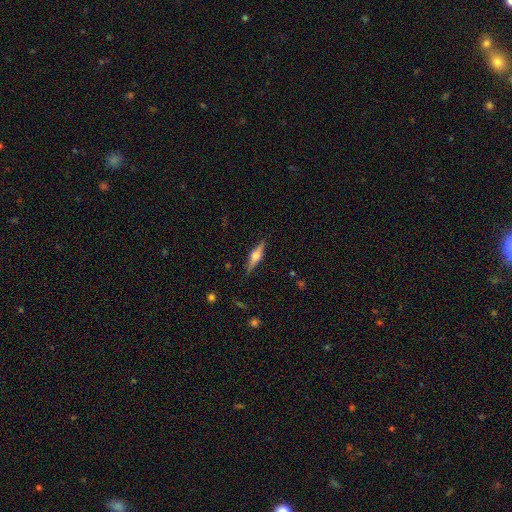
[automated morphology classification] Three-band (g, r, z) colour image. It shows a featured or disk galaxy (69%) viewed edge-on (97%) with a rounded central bulge (92%). Merging: none (88%).